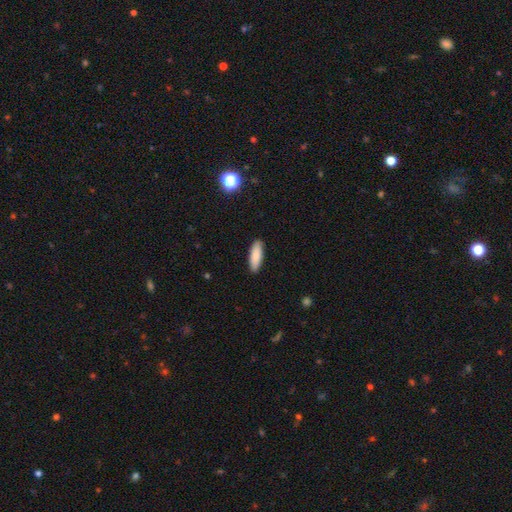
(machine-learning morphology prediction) Smooth or featured: smooth — 86% (featured or disk — 8%)
How rounded: in between — 54% (cigar-shaped — 44%)
Merging: none — 90% (minor disturbance — 8%)